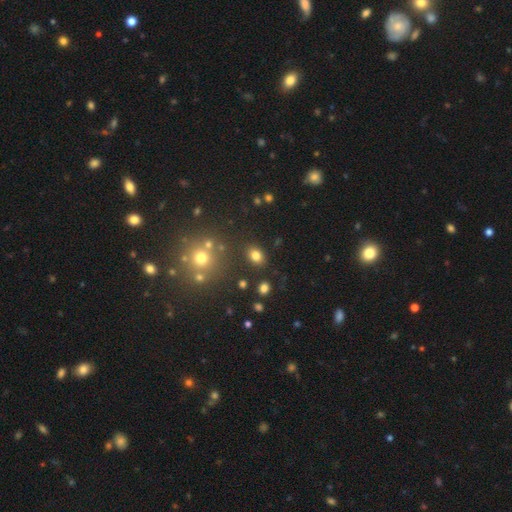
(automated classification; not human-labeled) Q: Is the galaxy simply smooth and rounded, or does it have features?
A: smooth — 79%.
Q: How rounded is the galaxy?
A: in between — 65%.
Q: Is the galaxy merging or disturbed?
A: none — 84%.